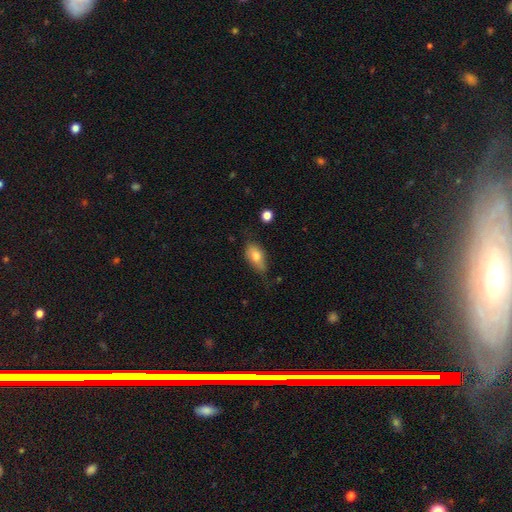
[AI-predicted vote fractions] smooth 76%, featured or disk 17%, star or artifact 7%. Down the decision tree: how rounded — in between (87%); merging — none (60%).